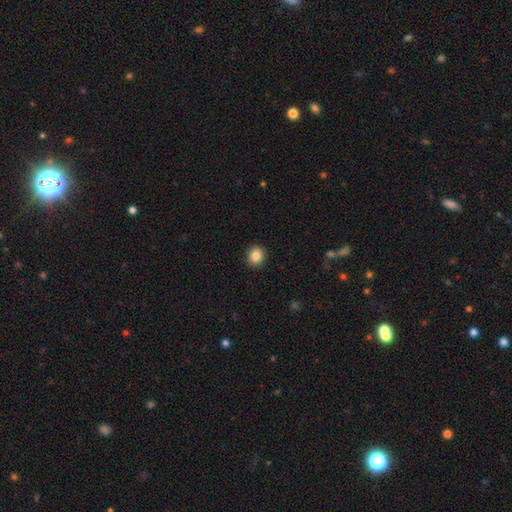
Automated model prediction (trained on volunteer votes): smooth 86%, star or artifact 9%, featured or disk 5%. Down the decision tree: how rounded — round (82%); merging — none (92%).